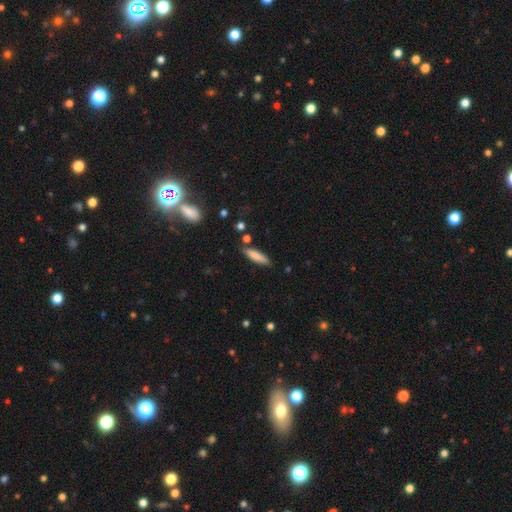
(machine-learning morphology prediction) Smooth or featured? smooth (82%)
How rounded? cigar-shaped (72%)
Merging? none (81%)